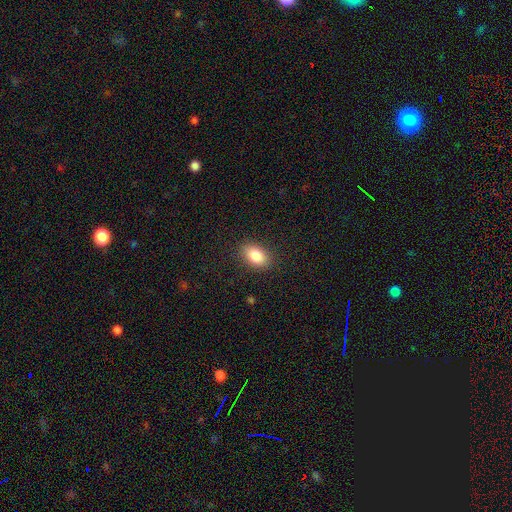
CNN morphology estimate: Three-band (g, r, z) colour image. It shows a smooth galaxy with no disk features (85%) that is in between round and cigar-shaped (88%). Merging: none (87%).